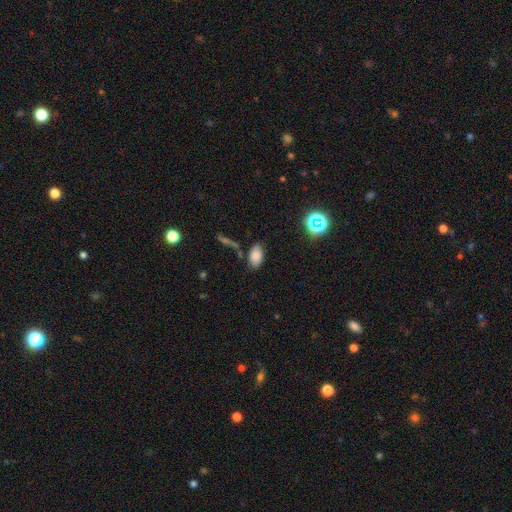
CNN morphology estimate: Smooth or featured? smooth (80%)
How rounded? in between (92%)
Merging? none (76%)